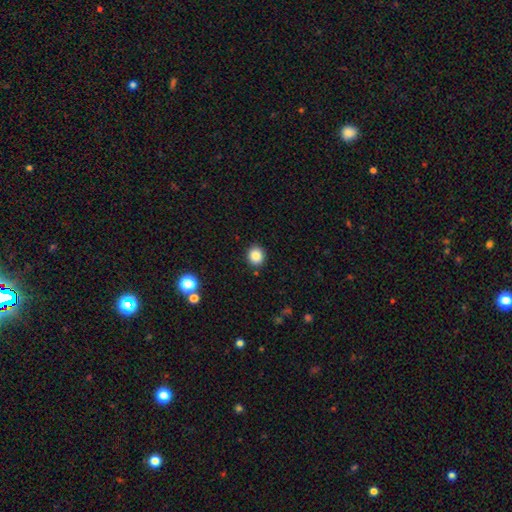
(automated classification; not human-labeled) Smooth or featured: smooth — 86% (star or artifact — 10%)
How rounded: round — 84% (in between — 15%)
Merging: none — 90% (minor disturbance — 6%)